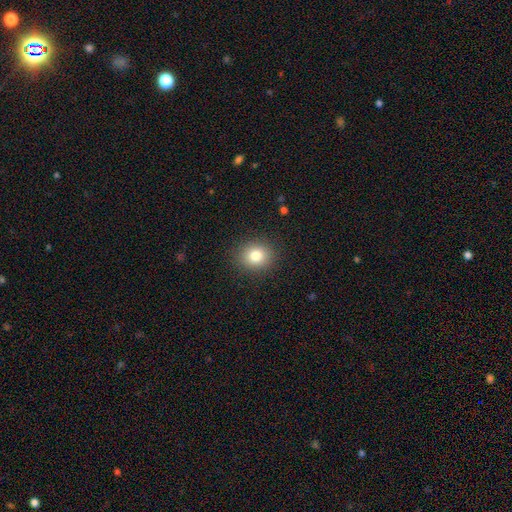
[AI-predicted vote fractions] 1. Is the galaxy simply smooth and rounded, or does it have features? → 80% smooth, 11% star or artifact, 8% featured or disk.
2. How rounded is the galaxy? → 73% round, 26% in between, 1% cigar-shaped.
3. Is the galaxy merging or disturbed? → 89% none, 7% minor disturbance, 3% major disturbance, 1% merger.